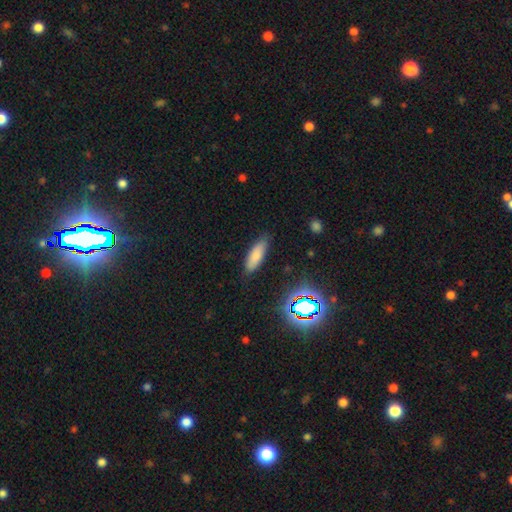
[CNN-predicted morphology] The model was most divided on "how rounded": in between: 59%, cigar-shaped: 39%, round: 2%. More confident: merging — none (82%); smooth or featured — smooth (78%).